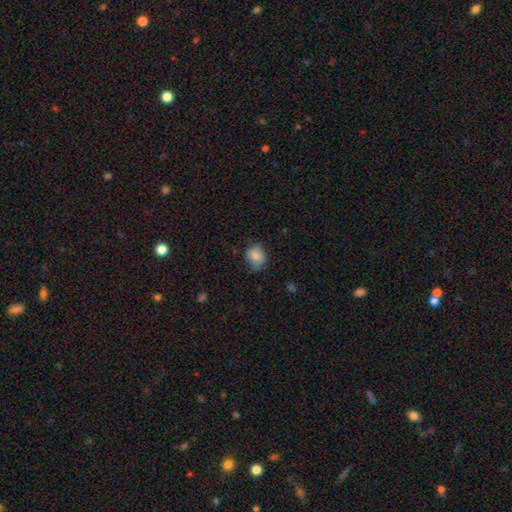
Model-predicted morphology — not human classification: type=smooth (82%); roundness=round (59%); merging=none (67%).